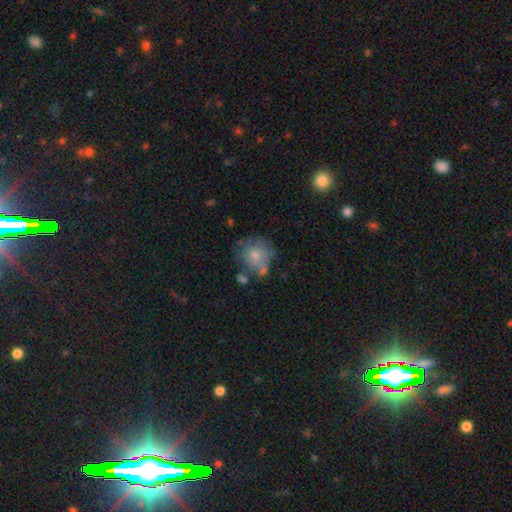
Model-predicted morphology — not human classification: Overall: smooth (57%; featured or disk 34%). How rounded: round (75%). Merging: none (43%; minor disturbance 25%).